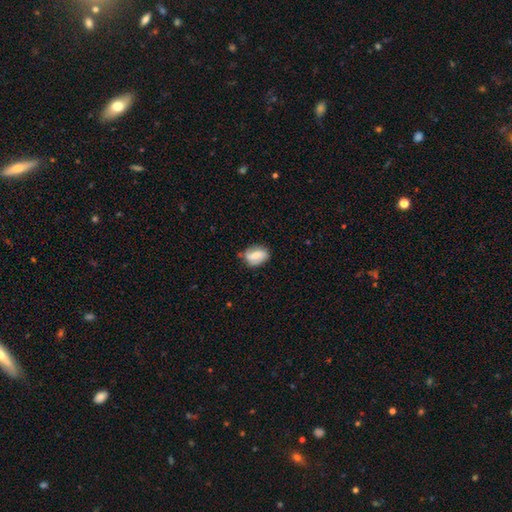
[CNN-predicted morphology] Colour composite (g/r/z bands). It shows a smooth galaxy with no disk features (47%). Merging: none (68%).